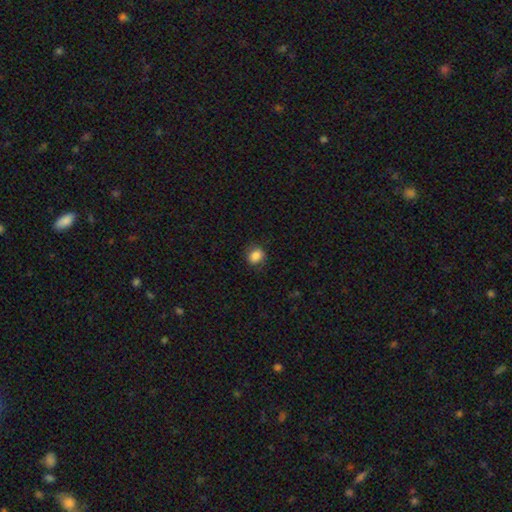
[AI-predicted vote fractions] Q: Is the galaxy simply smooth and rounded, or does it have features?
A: smooth — 85%.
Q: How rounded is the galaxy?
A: round — 57%.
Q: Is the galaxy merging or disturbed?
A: none — 80%.